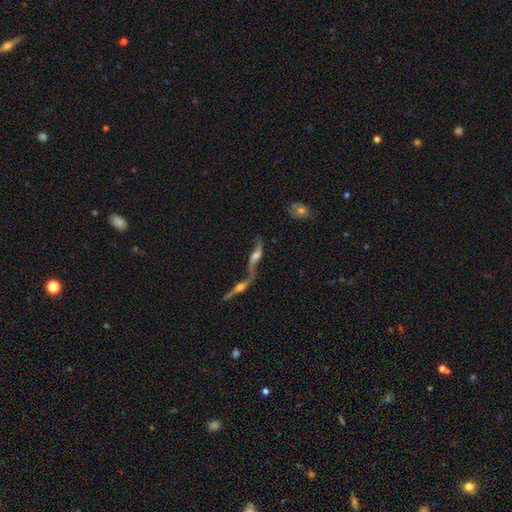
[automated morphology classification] Smooth or featured? Predicted: featured or disk (p=0.70). Edge-on disk? Predicted: no (p=0.51). Merging? Predicted: merger (p=0.66).